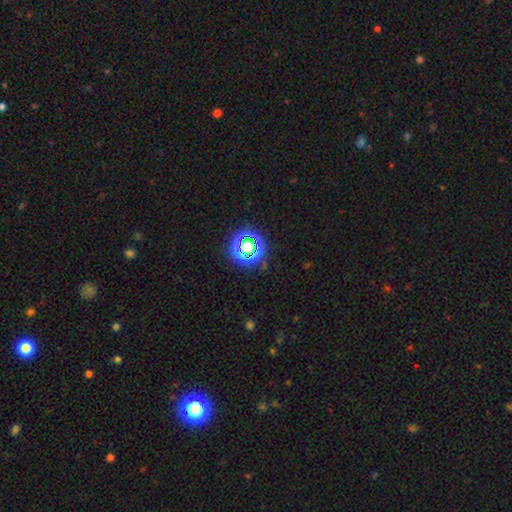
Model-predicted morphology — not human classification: This appears to be a star or artifact, not a galaxy (74%).